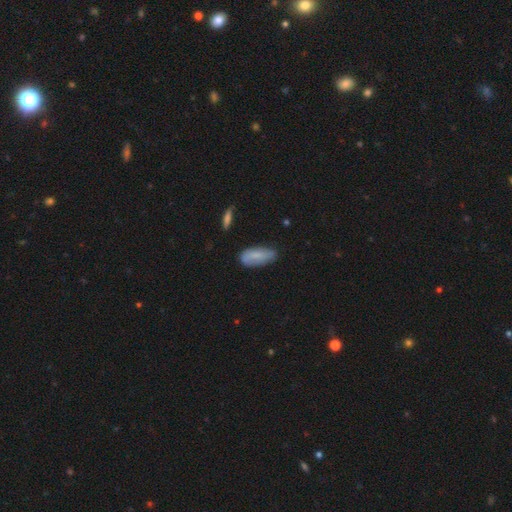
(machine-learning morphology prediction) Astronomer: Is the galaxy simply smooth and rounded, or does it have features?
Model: smooth — 77%.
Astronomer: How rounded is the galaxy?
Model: in between — 80%.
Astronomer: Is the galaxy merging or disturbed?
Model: none — 65%.